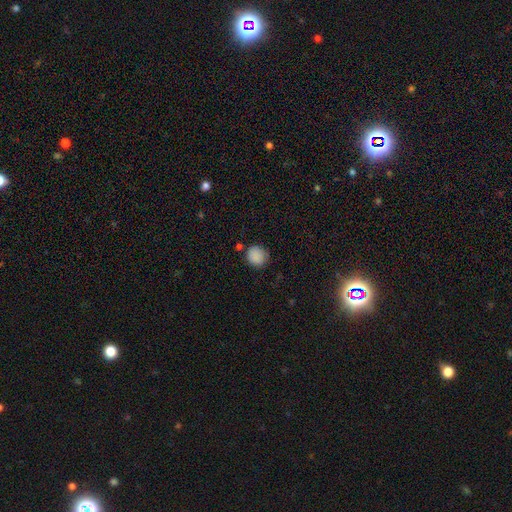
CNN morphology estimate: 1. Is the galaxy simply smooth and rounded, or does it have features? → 87% smooth, 9% star or artifact, 4% featured or disk.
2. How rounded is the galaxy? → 81% round, 19% in between, 1% cigar-shaped.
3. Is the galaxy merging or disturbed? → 76% none, 17% minor disturbance, 4% major disturbance, 3% merger.